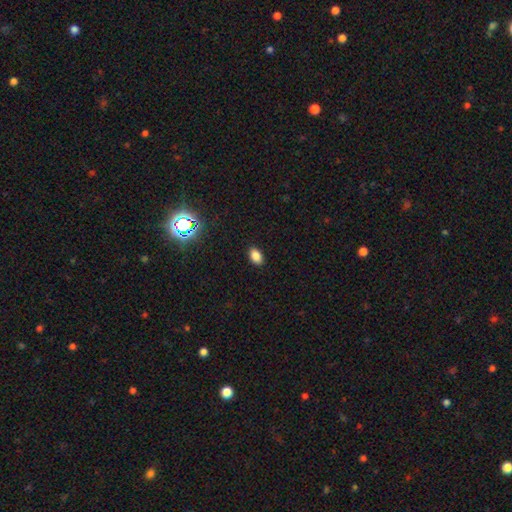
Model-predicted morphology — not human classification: Smooth or featured?
  - smooth: 83% *
  - star or artifact: 13%
  - featured or disk: 4%
How rounded?
  - in between: 88% *
  - round: 10%
  - cigar-shaped: 1%
Merging?
  - none: 89% *
  - minor disturbance: 8%
  - major disturbance: 2%
  - merger: 1%